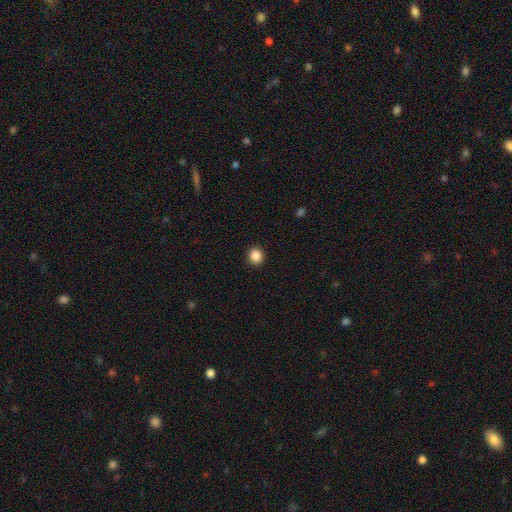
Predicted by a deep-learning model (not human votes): smooth-or-featured: smooth: 87% | star or artifact: 10% | featured or disk: 3%
  how-rounded: round: 87% | in between: 12% | cigar-shaped: 1%
  merging: none: 93% | minor disturbance: 5% | major disturbance: 2% | merger: 1%